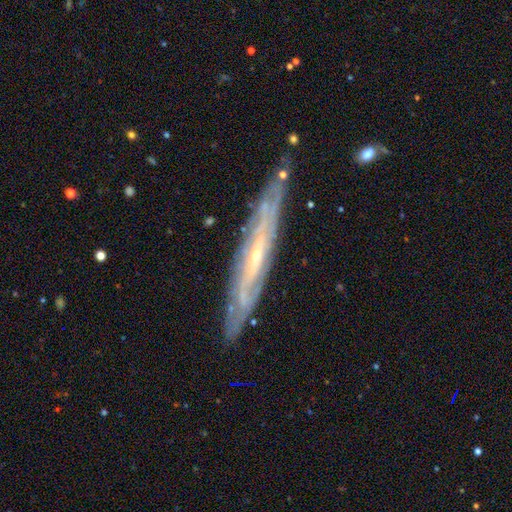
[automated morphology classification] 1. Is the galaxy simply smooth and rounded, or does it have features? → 82% featured or disk, 11% smooth, 7% star or artifact.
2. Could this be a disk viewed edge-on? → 58% yes, 42% no.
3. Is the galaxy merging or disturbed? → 82% none, 14% minor disturbance, 3% major disturbance, 2% merger.